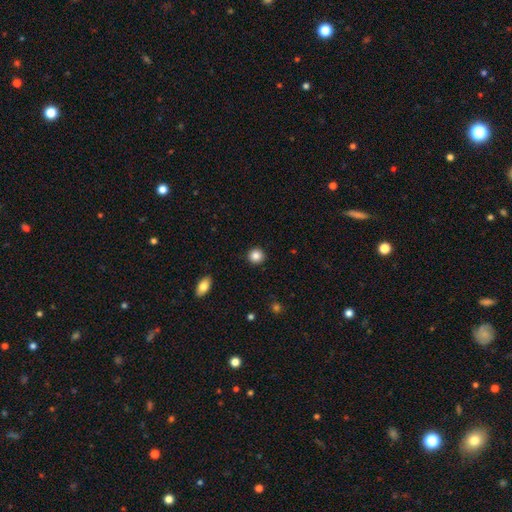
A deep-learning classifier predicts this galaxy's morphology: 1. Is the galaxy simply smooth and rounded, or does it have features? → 86% smooth, 10% star or artifact, 5% featured or disk.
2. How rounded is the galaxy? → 92% round, 7% in between, 1% cigar-shaped.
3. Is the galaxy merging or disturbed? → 92% none, 5% minor disturbance, 2% major disturbance, 1% merger.